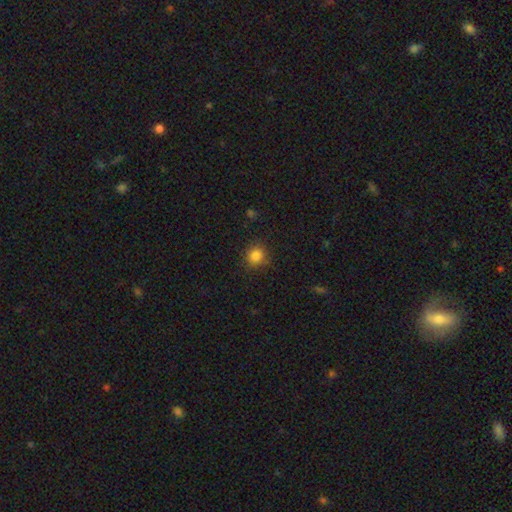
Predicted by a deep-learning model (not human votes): A smooth galaxy with no disk features (84%) that is round (90%).

Vote fractions:
- Smooth or featured? smooth: 84% / star or artifact: 12% / featured or disk: 5%
- How rounded? round: 90% / in between: 9% / cigar-shaped: 1%
- Merging? none: 87% / minor disturbance: 9% / major disturbance: 3% / merger: 1%